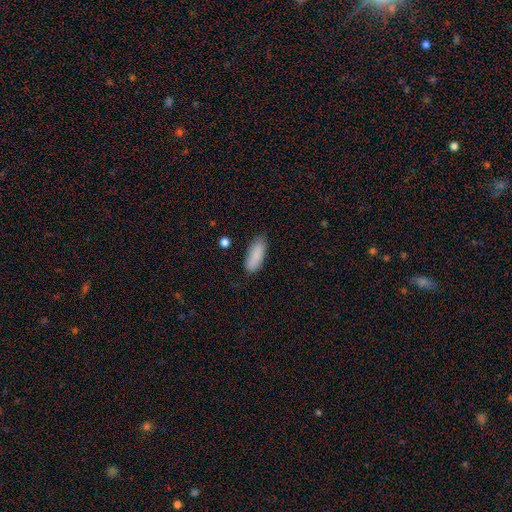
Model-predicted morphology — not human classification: smooth-or-featured: smooth: 87% | star or artifact: 7% | featured or disk: 6%
  how-rounded: in between: 72% | cigar-shaped: 26% | round: 2%
  merging: none: 78% | minor disturbance: 17% | major disturbance: 3% | merger: 2%